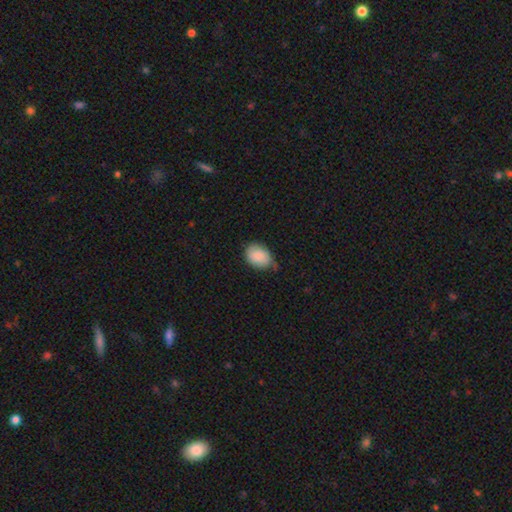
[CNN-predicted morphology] This appears to be a smooth galaxy with no disk features (84%) that is in between round and cigar-shaped (70%). Merging: none (57%).